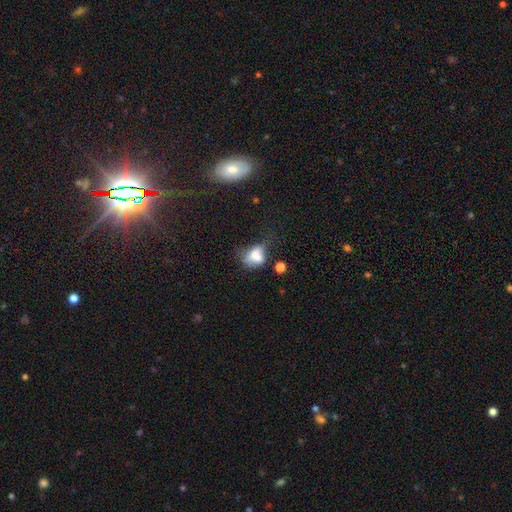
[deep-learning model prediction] smooth_or_featured: smooth (p=0.63) [alt: featured or disk p=0.24]
how_rounded: in between (p=0.70) [alt: round p=0.28]
merging: merger (p=0.29) [alt: major disturbance p=0.27]